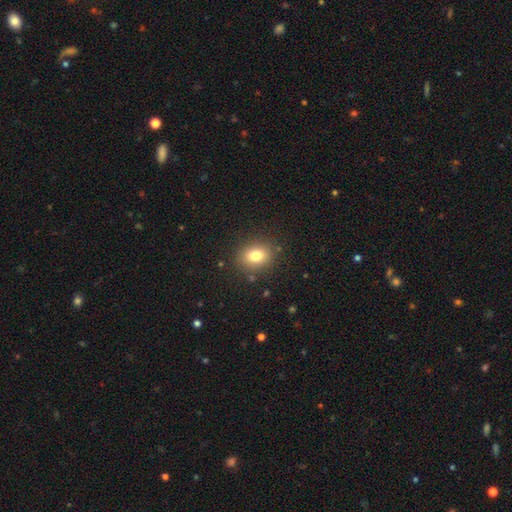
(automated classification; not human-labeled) Smooth or featured: smooth — 79% (star or artifact — 12%)
How rounded: round — 50% (in between — 49%)
Merging: none — 85% (minor disturbance — 10%)